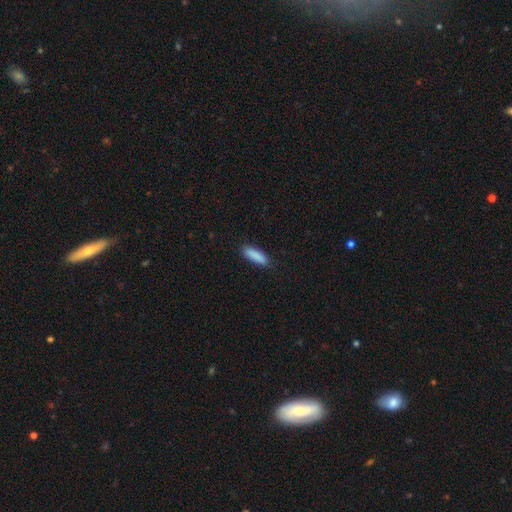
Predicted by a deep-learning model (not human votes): A smooth galaxy with no disk features (89%) that is cigar-shaped (58%).

Vote fractions:
- Smooth or featured? smooth: 89% / star or artifact: 6% / featured or disk: 5%
- How rounded? cigar-shaped: 58% / in between: 40% / round: 2%
- Merging? none: 86% / minor disturbance: 11% / major disturbance: 2% / merger: 1%